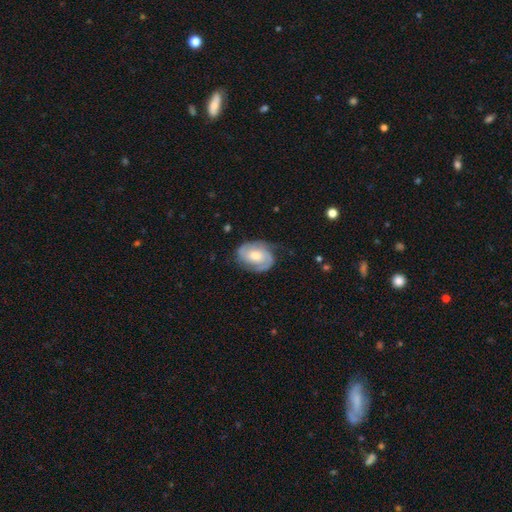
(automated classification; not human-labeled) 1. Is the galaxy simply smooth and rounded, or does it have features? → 78% featured or disk, 17% smooth, 5% star or artifact.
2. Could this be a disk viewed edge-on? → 98% no, 2% yes.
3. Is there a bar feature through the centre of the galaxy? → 63% no, 31% weak, 6% strong.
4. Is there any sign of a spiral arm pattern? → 94% yes, 6% no.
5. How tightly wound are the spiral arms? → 48% tight, 40% medium, 12% loose.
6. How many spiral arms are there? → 84% 2, 8% can't tell, 3% 1, 2% 3, 1% 4, 1% more than 4.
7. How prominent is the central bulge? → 57% moderate, 21% small, 16% large, 4% none, 2% dominant.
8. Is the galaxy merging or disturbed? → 71% none, 20% minor disturbance, 8% major disturbance, 1% merger.